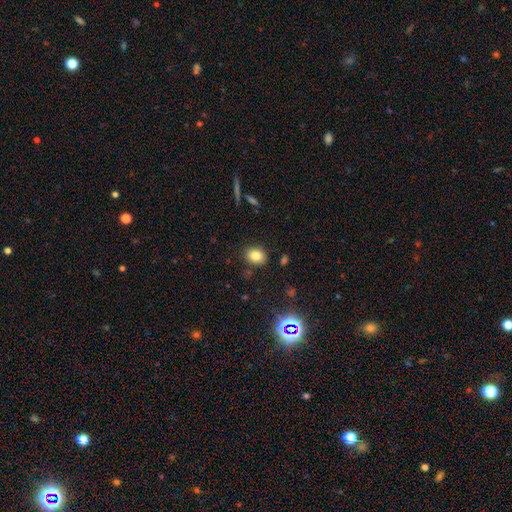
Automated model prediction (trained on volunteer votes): Overall: smooth (80%). How rounded: in between (59%; round 40%). Merging: none (85%).